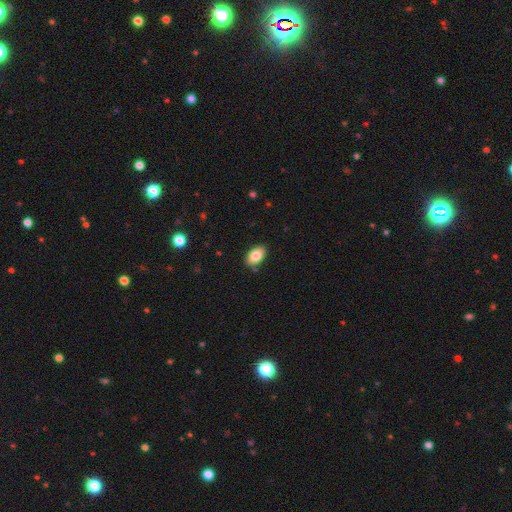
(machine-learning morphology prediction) A smooth galaxy with no disk features (83%) that is in between round and cigar-shaped (92%).

Vote fractions:
- Smooth or featured? smooth: 83% / featured or disk: 10% / star or artifact: 7%
- How rounded? in between: 92% / round: 7% / cigar-shaped: 1%
- Merging? none: 86% / minor disturbance: 10% / major disturbance: 2% / merger: 2%